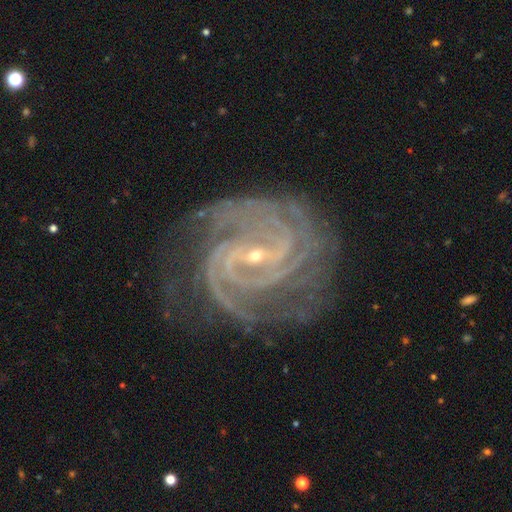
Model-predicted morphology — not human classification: The model was most divided on "bar": strong: 42%, weak: 40%, no: 18%. Remaining: spiral arms — yes (99%); edge-on disk — no (97%); smooth or featured — featured or disk (92%); bulge size — small (82%); spiral winding — tight (72%); merging — none (67%); spiral arm count — 4 (26%).